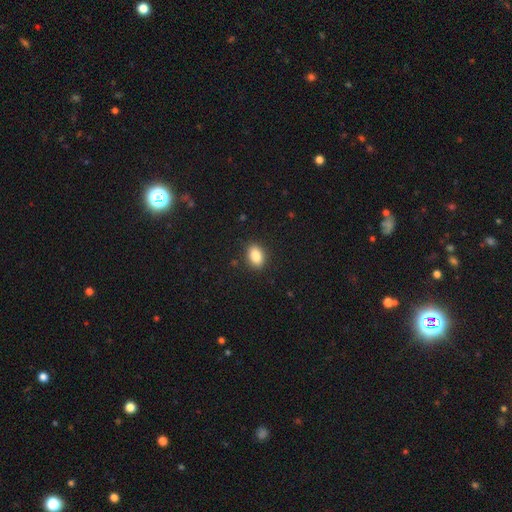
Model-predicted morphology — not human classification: This is clearly a smooth galaxy (85%). How rounded: clearly in between (81%). Merging: clearly none (89%).